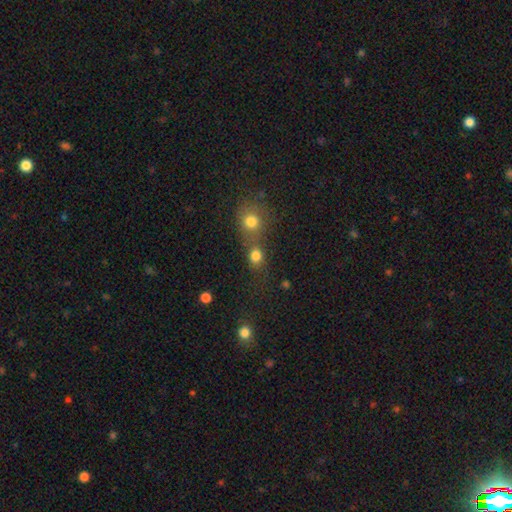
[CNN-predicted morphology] The model was most divided on "merging": merger: 47%, none: 41%, minor disturbance: 7%, major disturbance: 5%. More confident: smooth or featured — smooth (79%); how rounded — round (76%).